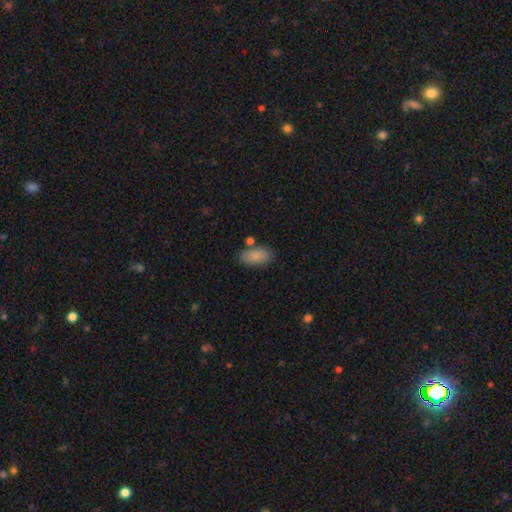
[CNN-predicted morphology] Smooth or featured? smooth (86%)
How rounded? in between (93%)
Merging? none (75%)